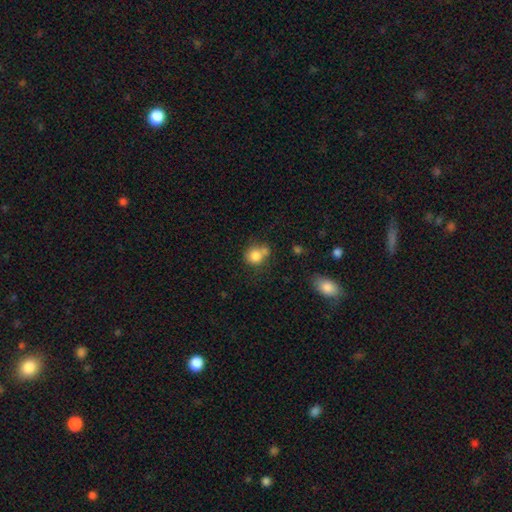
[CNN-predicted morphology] Smooth or featured? smooth (81%)
How rounded? round (78%)
Merging? none (47%)